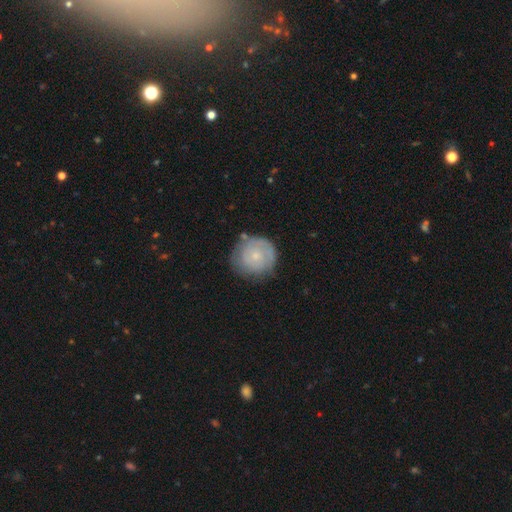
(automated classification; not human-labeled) Overall: featured or disk (49%; smooth 45%). Merging: none (74%).